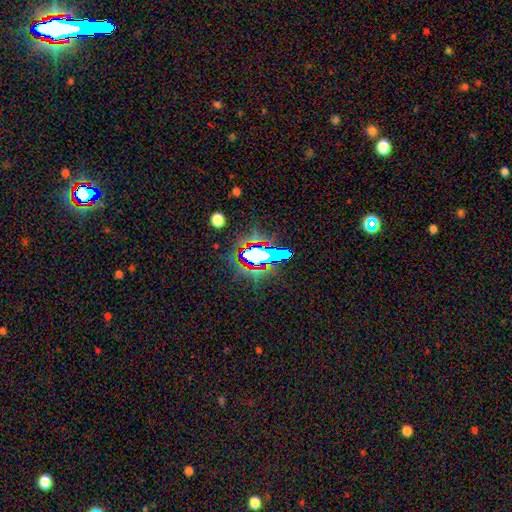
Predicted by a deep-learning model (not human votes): Smooth or featured?
  - star or artifact: 52% *
  - smooth: 27%
  - featured or disk: 22%